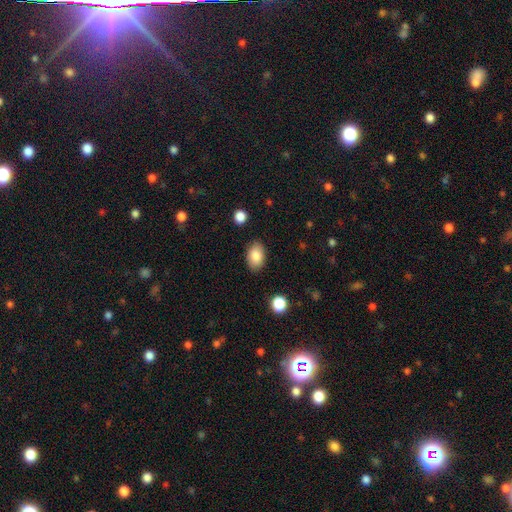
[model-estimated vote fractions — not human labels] Smooth or featured: smooth — 86% (star or artifact — 8%)
How rounded: in between — 87% (round — 12%)
Merging: none — 86% (minor disturbance — 10%)